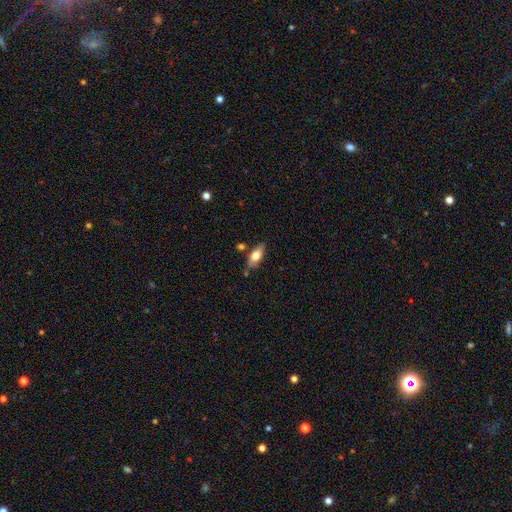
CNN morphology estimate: type=smooth (68%); roundness=in between (84%); merging=none (70%).